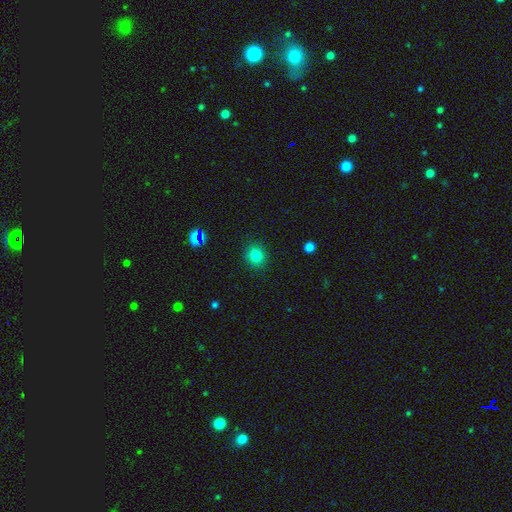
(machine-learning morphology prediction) smooth_or_featured: smooth (p=0.82) [alt: star or artifact p=0.13]
how_rounded: round (p=0.83) [alt: in between p=0.16]
merging: none (p=0.90) [alt: minor disturbance p=0.07]